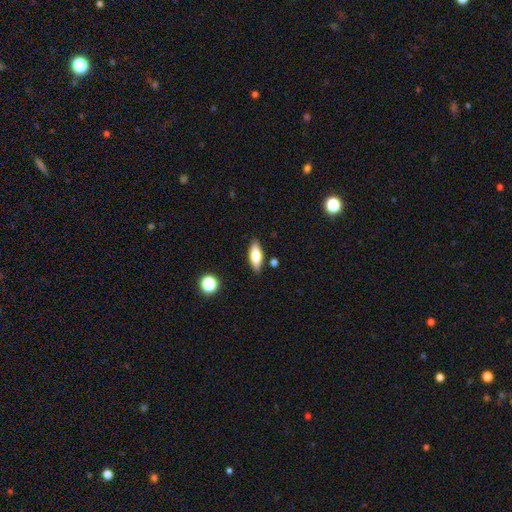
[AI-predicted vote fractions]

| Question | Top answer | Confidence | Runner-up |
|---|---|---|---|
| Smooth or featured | smooth | 68% | featured or disk (24%) |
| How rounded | in between | 65% | cigar-shaped (32%) |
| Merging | none | 86% | minor disturbance (10%) |